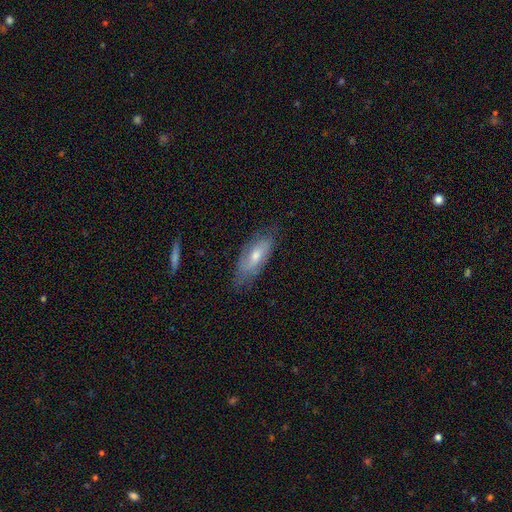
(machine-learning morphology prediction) Smooth or featured? featured or disk (50%)
Merging? none (69%)